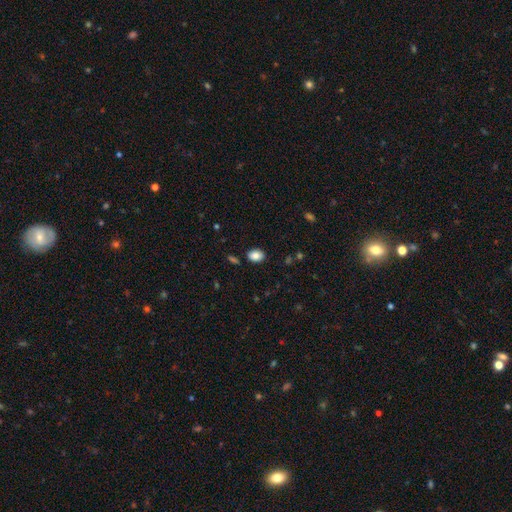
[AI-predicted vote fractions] The model was most divided on "how rounded": in between: 73%, round: 26%, cigar-shaped: 1%. More confident: smooth or featured — smooth (86%); merging — none (86%).